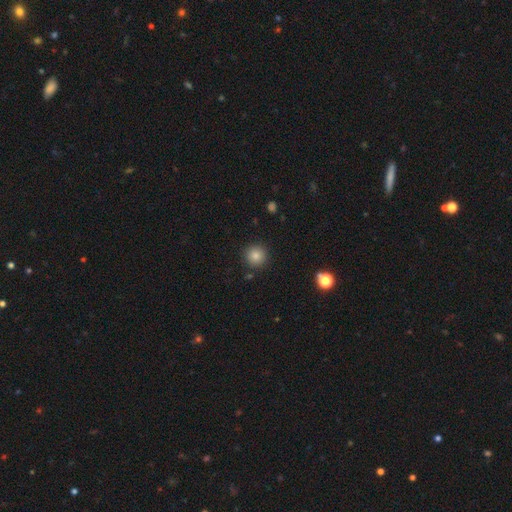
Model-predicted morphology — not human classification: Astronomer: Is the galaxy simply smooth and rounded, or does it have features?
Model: smooth — 84%.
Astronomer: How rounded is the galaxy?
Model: round — 94%.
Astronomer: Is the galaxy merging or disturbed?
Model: none — 89%.